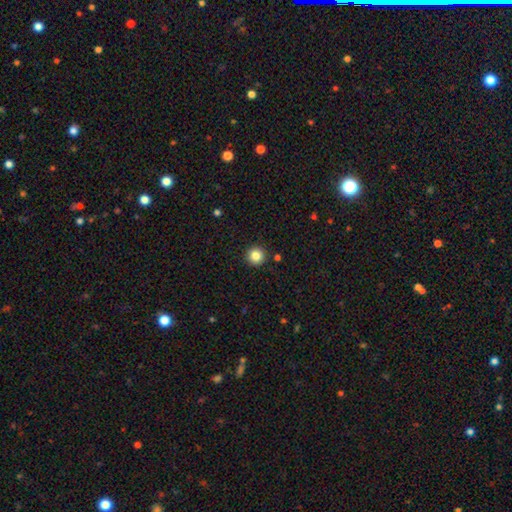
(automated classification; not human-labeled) Smooth or featured? Predicted: smooth (p=0.84). How rounded? Predicted: round (p=0.96). Merging? Predicted: none (p=0.92).